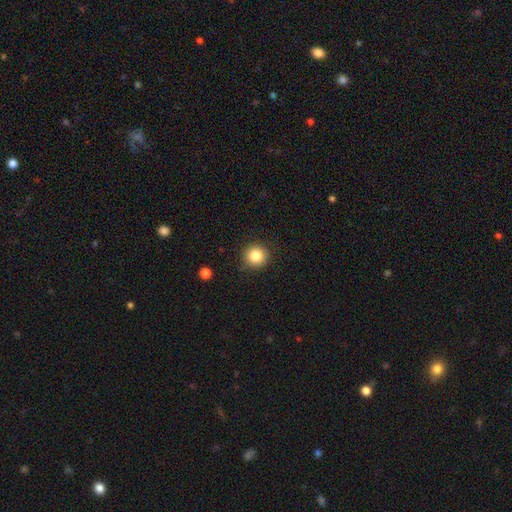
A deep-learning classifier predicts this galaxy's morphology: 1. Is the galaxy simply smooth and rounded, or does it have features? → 83% smooth, 11% star or artifact, 6% featured or disk.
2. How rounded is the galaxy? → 94% round, 5% in between, 1% cigar-shaped.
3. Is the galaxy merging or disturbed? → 88% none, 8% minor disturbance, 2% major disturbance, 1% merger.